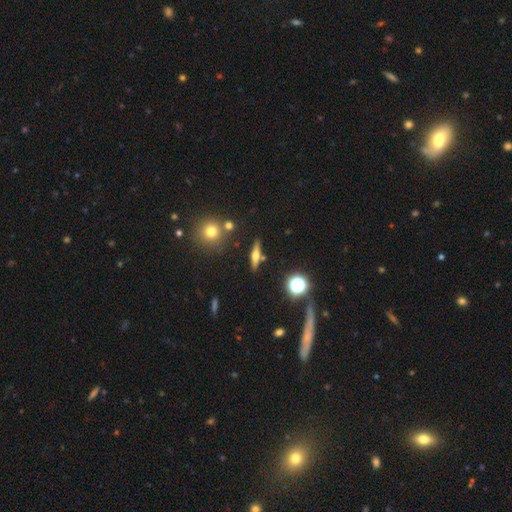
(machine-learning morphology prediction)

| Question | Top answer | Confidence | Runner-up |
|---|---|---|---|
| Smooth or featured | featured or disk | 55% | smooth (33%) |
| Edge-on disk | yes | 93% | no (7%) |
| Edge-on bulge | rounded | 91% | boxy (5%) |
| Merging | none | 81% | minor disturbance (9%) |